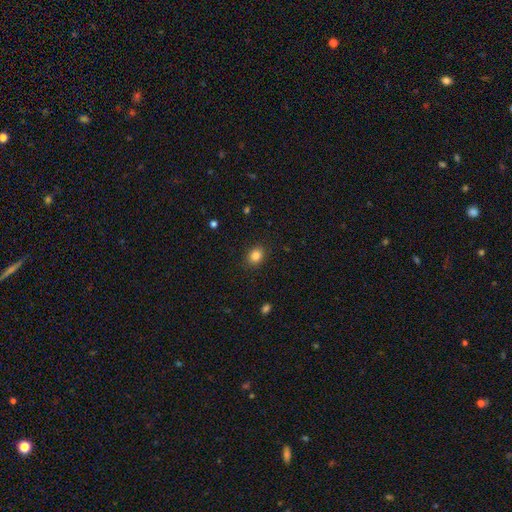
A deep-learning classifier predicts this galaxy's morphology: Smooth or featured?
  - smooth: 84% *
  - star or artifact: 11%
  - featured or disk: 5%
How rounded?
  - round: 58% *
  - in between: 41%
  - cigar-shaped: 1%
Merging?
  - none: 89% *
  - minor disturbance: 8%
  - major disturbance: 2%
  - merger: 1%